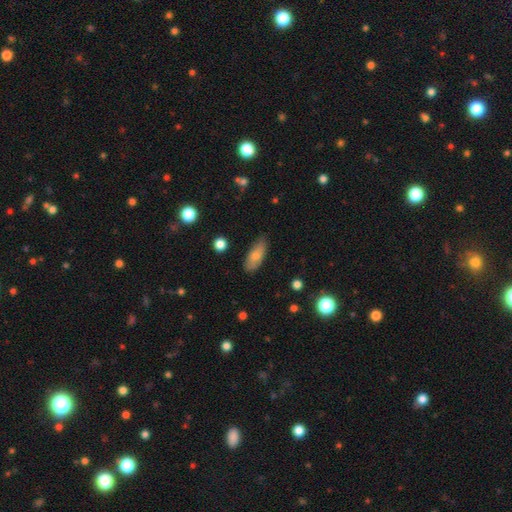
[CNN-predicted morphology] Smooth or featured? smooth (75%)
How rounded? in between (79%)
Merging? none (77%)